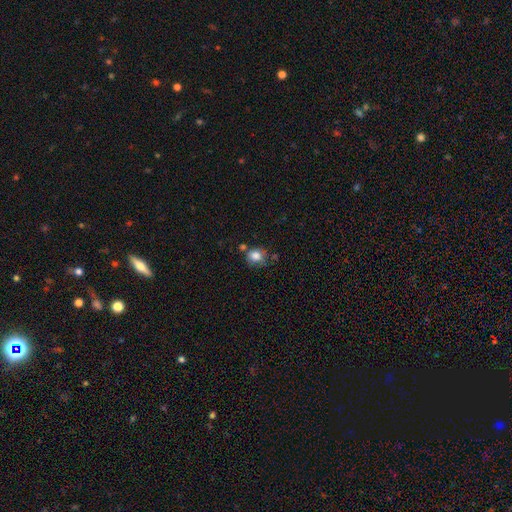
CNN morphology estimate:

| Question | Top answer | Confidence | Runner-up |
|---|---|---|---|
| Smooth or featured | smooth | 81% | star or artifact (10%) |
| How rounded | round | 76% | in between (23%) |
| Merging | none | 61% | minor disturbance (21%) |